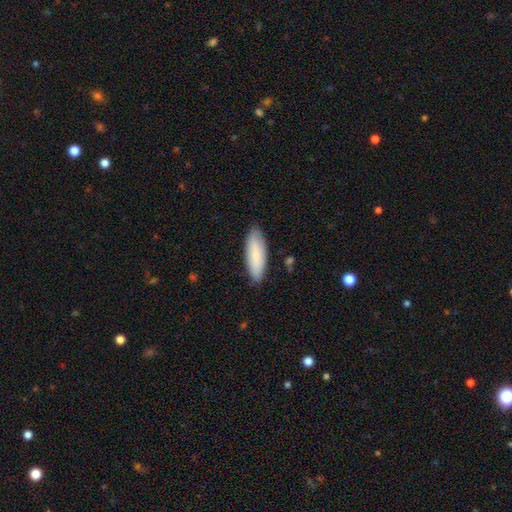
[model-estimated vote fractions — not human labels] Smooth or featured? Predicted: smooth (p=0.83). How rounded? Predicted: in between (p=0.59). Merging? Predicted: none (p=0.86).